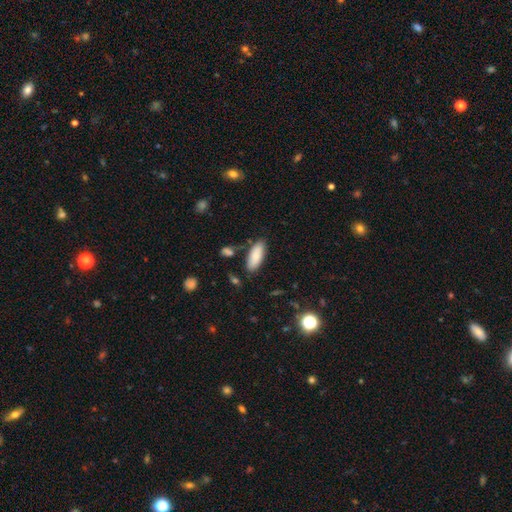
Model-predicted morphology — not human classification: Overall: smooth (85%). How rounded: in between (79%). Merging: none (80%).